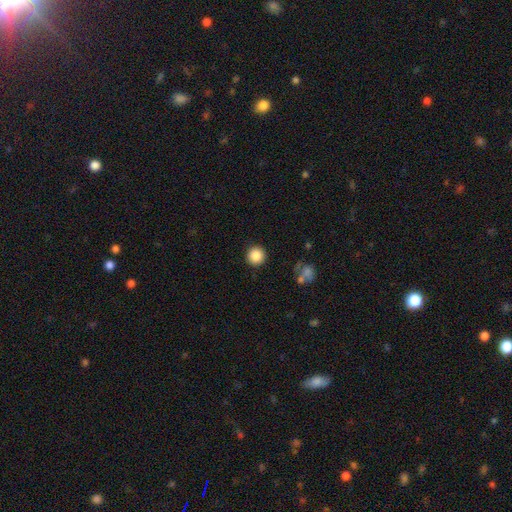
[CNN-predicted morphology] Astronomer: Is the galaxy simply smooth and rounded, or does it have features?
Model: smooth — 87%.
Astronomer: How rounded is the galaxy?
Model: round — 96%.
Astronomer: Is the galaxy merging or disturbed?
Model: none — 92%.